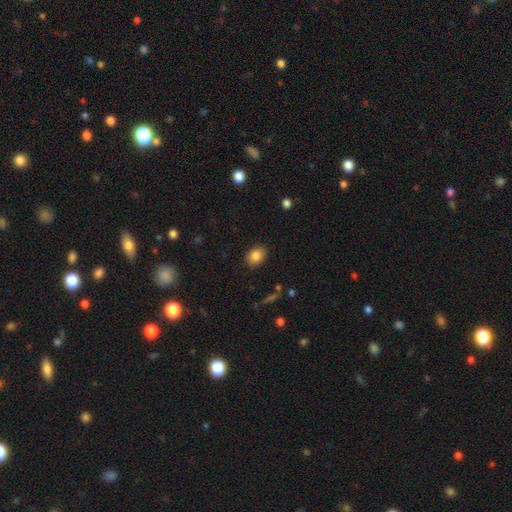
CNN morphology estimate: smooth_or_featured: smooth (p=0.84) [alt: star or artifact p=0.09]
how_rounded: in between (p=0.74) [alt: round p=0.25]
merging: none (p=0.87) [alt: minor disturbance p=0.09]